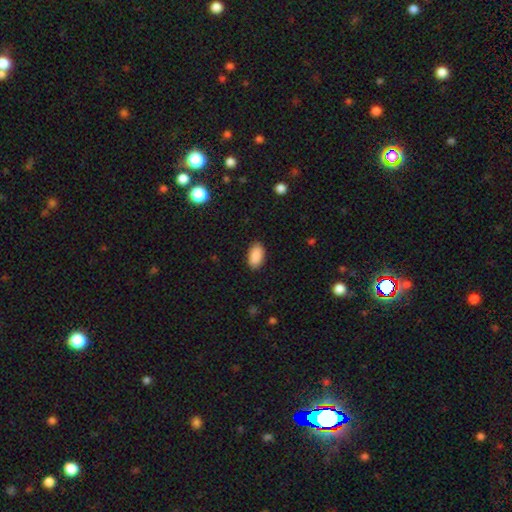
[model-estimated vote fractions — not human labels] A smooth galaxy with no disk features (90%) that is in between round and cigar-shaped (94%).

Vote fractions:
- Smooth or featured? smooth: 90% / star or artifact: 7% / featured or disk: 3%
- How rounded? in between: 94% / round: 4% / cigar-shaped: 2%
- Merging? none: 89% / minor disturbance: 8% / major disturbance: 2% / merger: 1%